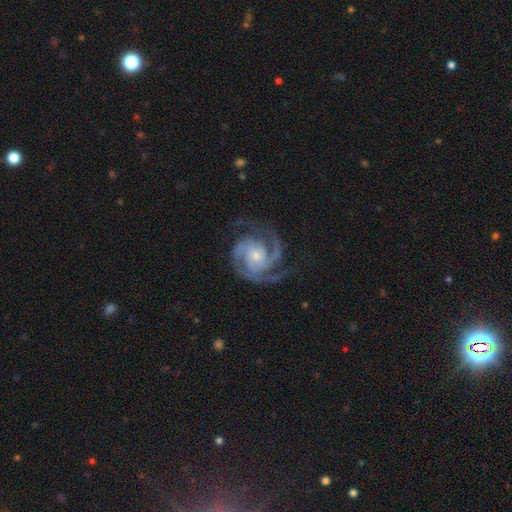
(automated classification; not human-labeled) Smooth or featured? featured or disk (93%)
Edge-on disk? no (98%)
Bar? no (69%)
Spiral arms? yes (99%)
Spiral winding? tight (57%)
Spiral arm count? 3 (46%)
Bulge size? small (53%)
Merging? none (73%)